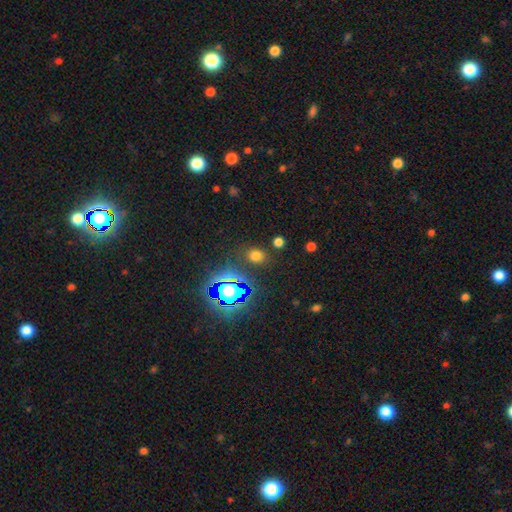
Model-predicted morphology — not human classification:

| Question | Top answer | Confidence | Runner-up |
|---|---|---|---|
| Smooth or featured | smooth | 64% | star or artifact (30%) |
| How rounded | in between | 50% | round (48%) |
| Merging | none | 83% | minor disturbance (9%) |